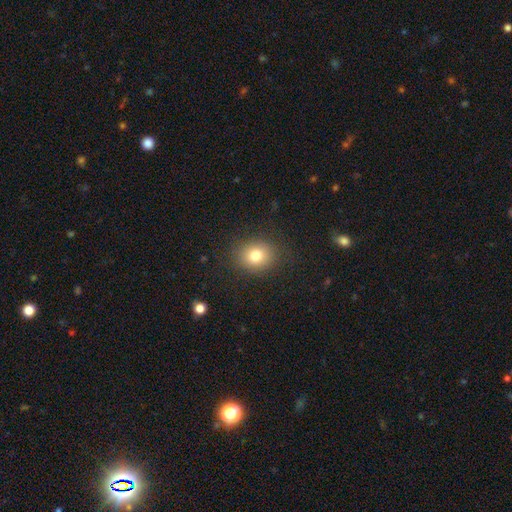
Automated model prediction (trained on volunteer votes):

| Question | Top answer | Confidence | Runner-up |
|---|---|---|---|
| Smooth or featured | smooth | 79% | star or artifact (12%) |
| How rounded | round | 63% | in between (36%) |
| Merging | none | 87% | minor disturbance (9%) |